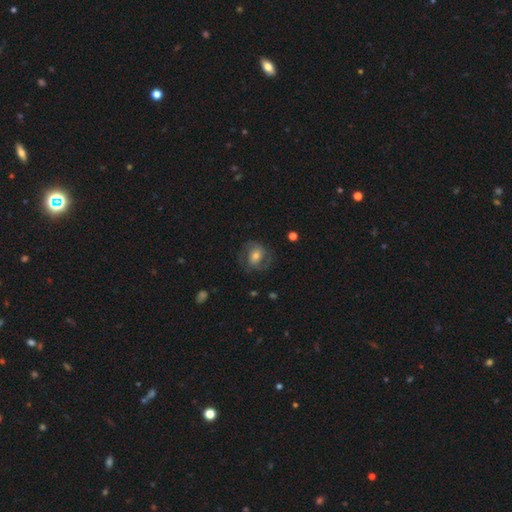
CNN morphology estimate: Smooth or featured? Predicted: featured or disk (p=0.56). Edge-on disk? Predicted: no (p=0.97). Bar? Predicted: no (p=0.53). Spiral arms? Predicted: yes (p=0.78). Bulge size? Predicted: moderate (p=0.55). Merging? Predicted: none (p=0.65).